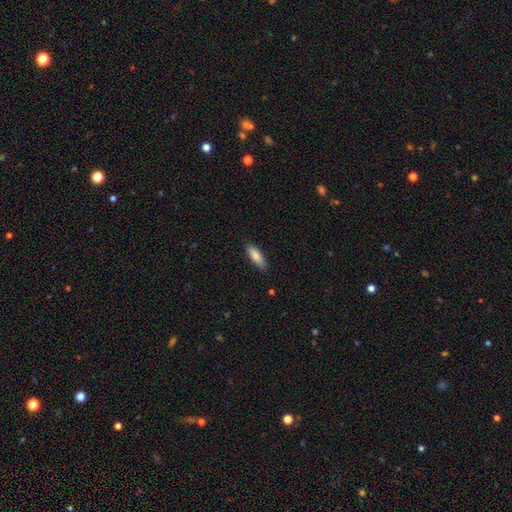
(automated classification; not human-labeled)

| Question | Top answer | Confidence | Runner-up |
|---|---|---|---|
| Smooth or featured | smooth | 84% | featured or disk (10%) |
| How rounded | in between | 51% | cigar-shaped (47%) |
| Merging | none | 87% | minor disturbance (10%) |